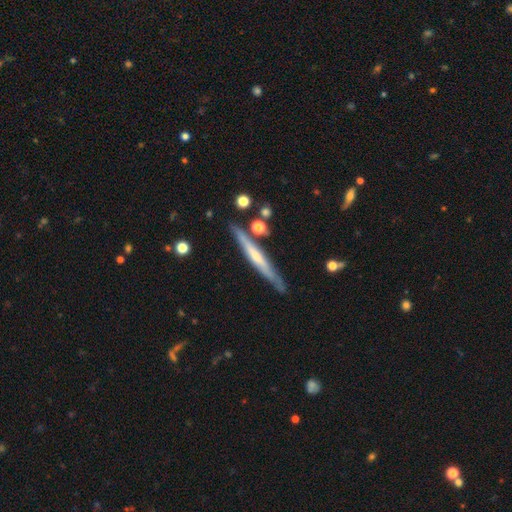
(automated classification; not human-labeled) This appears to be a featured or disk galaxy (63%) viewed edge-on (95%) with no central bulge (51%). Merging: none (84%).